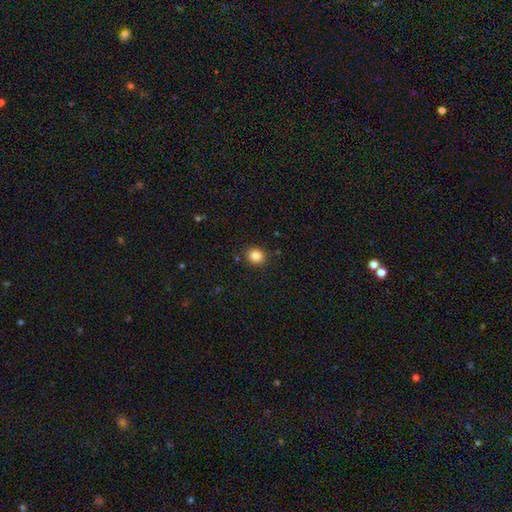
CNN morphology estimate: A smooth galaxy with no disk features (84%) that is round (78%).

Vote fractions:
- Smooth or featured? smooth: 84% / star or artifact: 11% / featured or disk: 5%
- How rounded? round: 78% / in between: 21% / cigar-shaped: 1%
- Merging? none: 88% / minor disturbance: 8% / major disturbance: 2% / merger: 2%